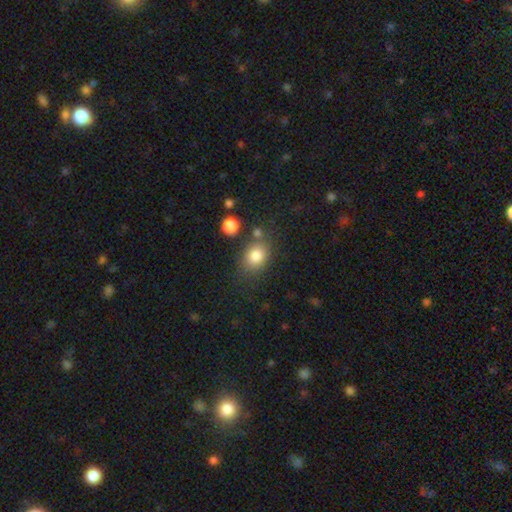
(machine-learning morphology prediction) A smooth galaxy with no disk features (82%) that is round (49%, tied with in between).

Vote fractions:
- Smooth or featured? smooth: 82% / star or artifact: 11% / featured or disk: 8%
- How rounded? round: 49% (tied) / in between: 49% (tied) / cigar-shaped: 1%
- Merging? none: 67% / minor disturbance: 15% / merger: 12% / major disturbance: 6%